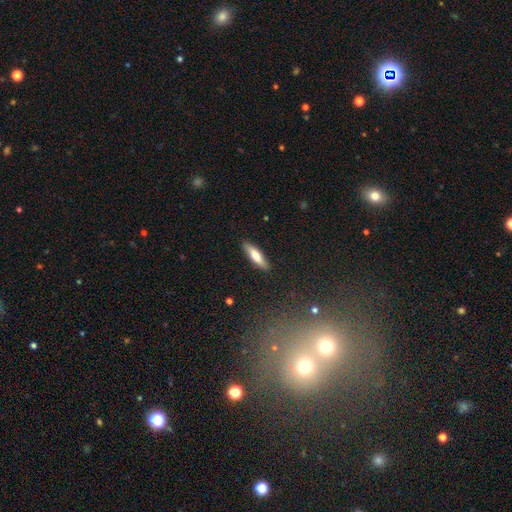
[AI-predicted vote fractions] The model was most divided on "smooth or featured": smooth: 65%, featured or disk: 29%, star or artifact: 6%. More confident: merging — none (89%); how rounded — cigar-shaped (72%).